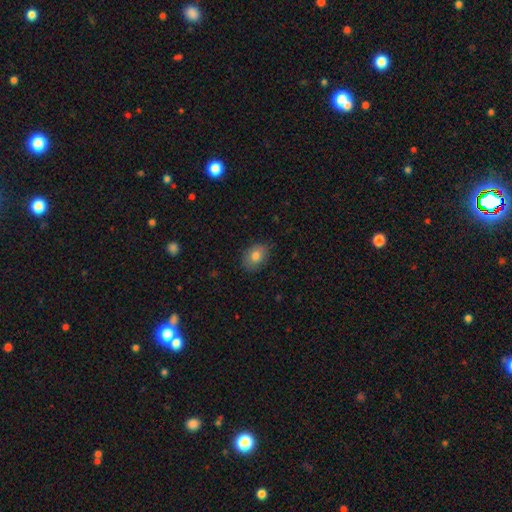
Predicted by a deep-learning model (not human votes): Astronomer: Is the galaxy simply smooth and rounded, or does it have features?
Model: smooth — 81%.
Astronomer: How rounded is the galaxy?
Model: in between — 72%.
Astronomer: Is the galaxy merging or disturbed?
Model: none — 80%.